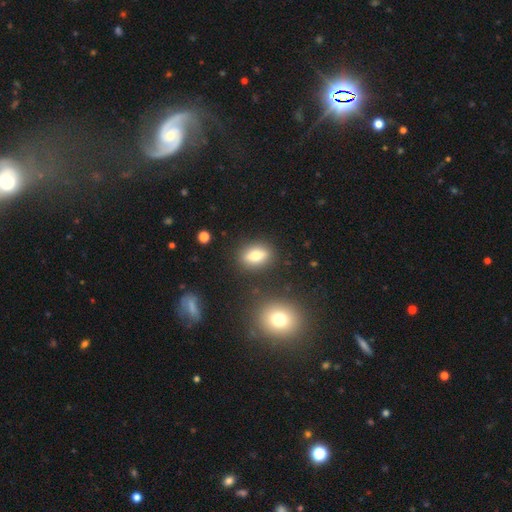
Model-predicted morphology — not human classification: A smooth galaxy with no disk features (68%) that is in between round and cigar-shaped (72%). Merging: none (85%).